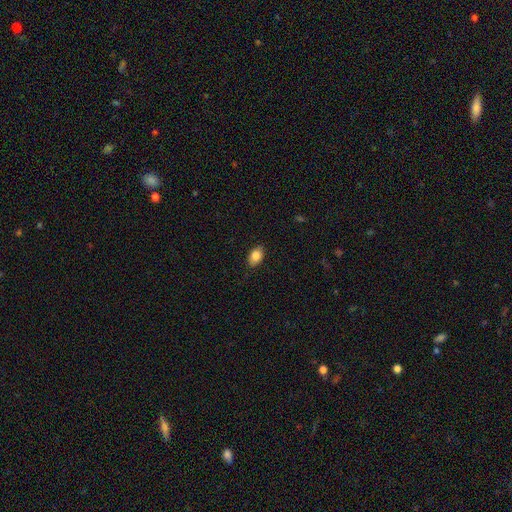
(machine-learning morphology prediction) Overall: smooth (84%). How rounded: in between (88%). Merging: none (86%).